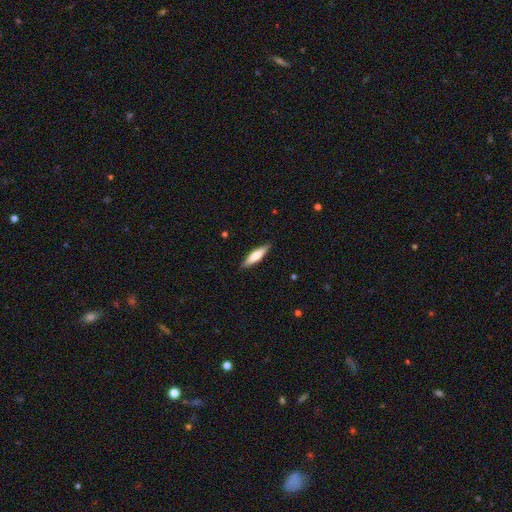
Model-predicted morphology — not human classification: smooth_or_featured: smooth (p=0.64) [alt: featured or disk p=0.31]
how_rounded: cigar-shaped (p=0.72) [alt: in between p=0.27]
merging: none (p=0.89) [alt: minor disturbance p=0.08]